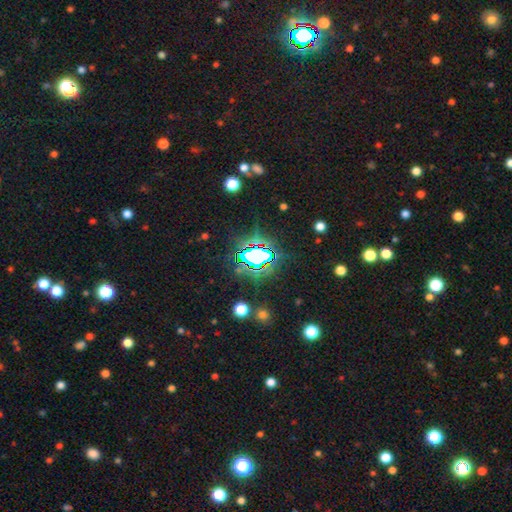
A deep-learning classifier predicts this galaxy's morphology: This is likely a star or artifact rather than a galaxy (70%).